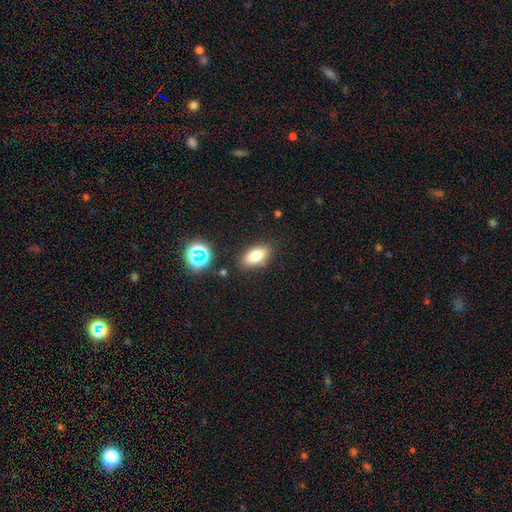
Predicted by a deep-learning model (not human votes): smooth_or_featured: smooth (p=0.78) [alt: star or artifact p=0.11]
how_rounded: in between (p=0.85) [alt: cigar-shaped p=0.09]
merging: none (p=0.82) [alt: minor disturbance p=0.12]